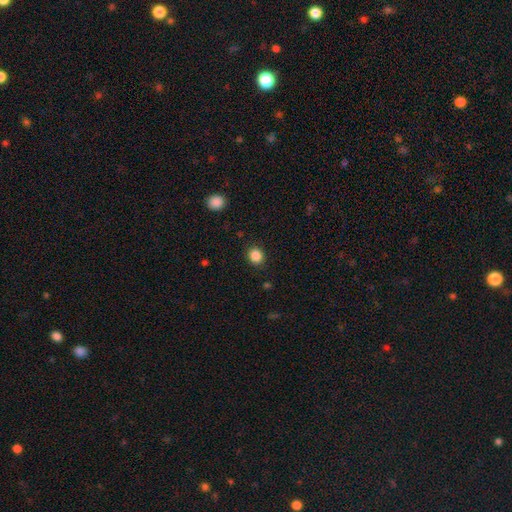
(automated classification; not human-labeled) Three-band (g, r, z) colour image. It shows a smooth galaxy with no disk features (86%) that is round (77%). Merging: none (89%).